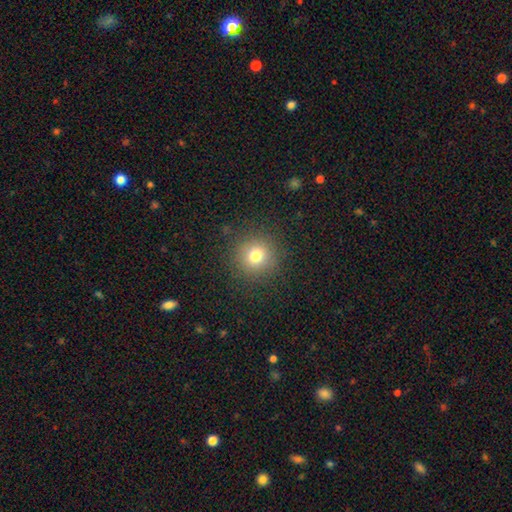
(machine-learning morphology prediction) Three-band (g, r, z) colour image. It shows a smooth galaxy with no disk features (77%) that is round (93%). Merging: none (88%).